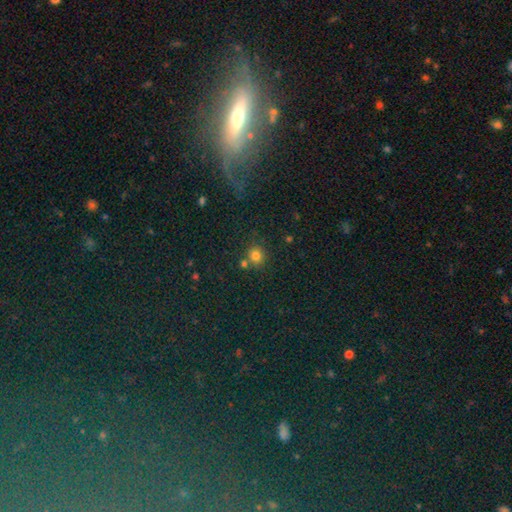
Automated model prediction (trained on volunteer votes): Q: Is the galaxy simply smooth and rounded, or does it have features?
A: smooth — 79%.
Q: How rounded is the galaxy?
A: round — 83%.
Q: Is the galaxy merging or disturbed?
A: none — 69%.